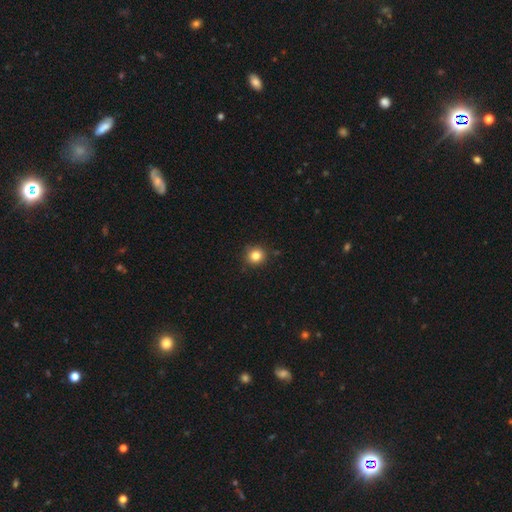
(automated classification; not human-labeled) This appears to be a smooth galaxy with no disk features (83%) that is round (93%). Merging: none (90%).